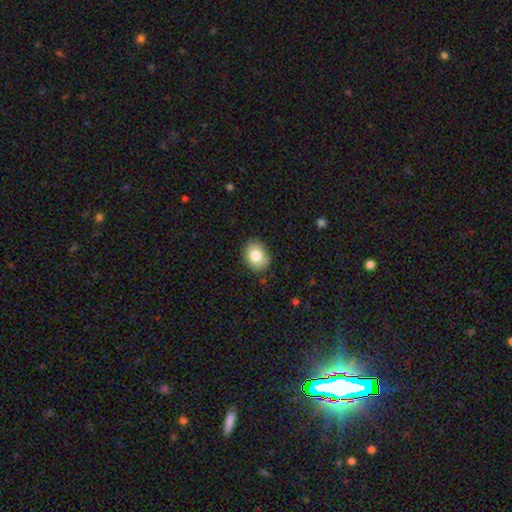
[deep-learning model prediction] smooth-or-featured: smooth: 81% | featured or disk: 10% | star or artifact: 9%
  how-rounded: in between: 52% | round: 47% | cigar-shaped: 1%
  merging: none: 84% | minor disturbance: 12% | major disturbance: 2% | merger: 1%